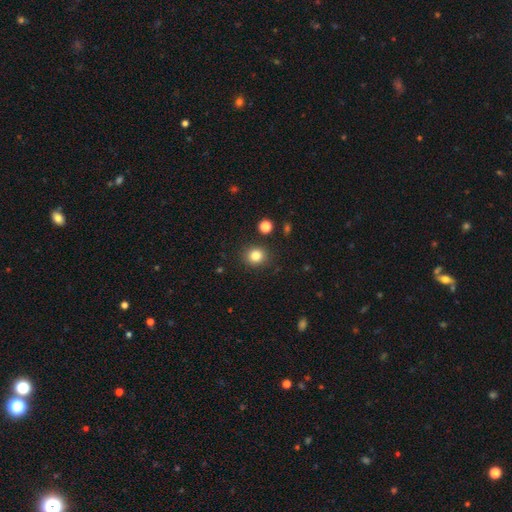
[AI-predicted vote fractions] Smooth or featured? smooth (82%)
How rounded? round (85%)
Merging? none (89%)